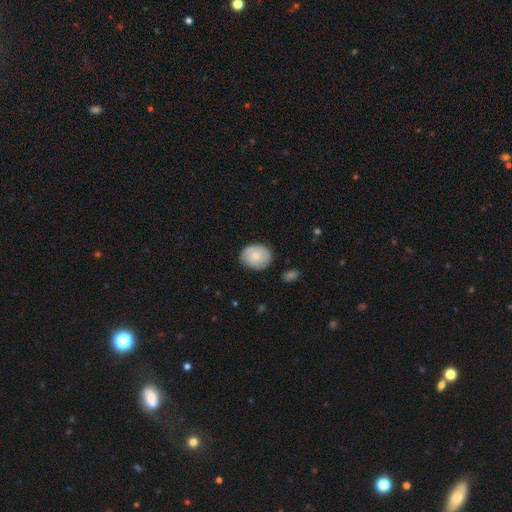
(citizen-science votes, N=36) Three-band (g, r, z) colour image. It shows a smooth galaxy with no disk features (72%) that is round (62%). Merging: none (91%).